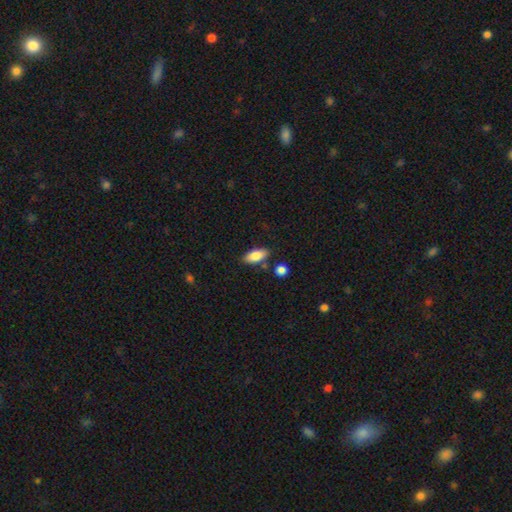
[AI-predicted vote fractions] Morphology: type=smooth (83%); roundness=in between (87%); merging=none (79%).